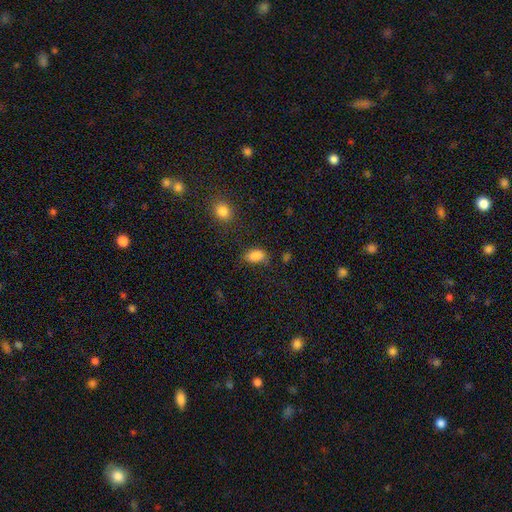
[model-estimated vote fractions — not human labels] smooth_or_featured: smooth (p=0.85) [alt: star or artifact p=0.10]
how_rounded: in between (p=0.90) [alt: round p=0.08]
merging: none (p=0.63) [alt: minor disturbance p=0.25]